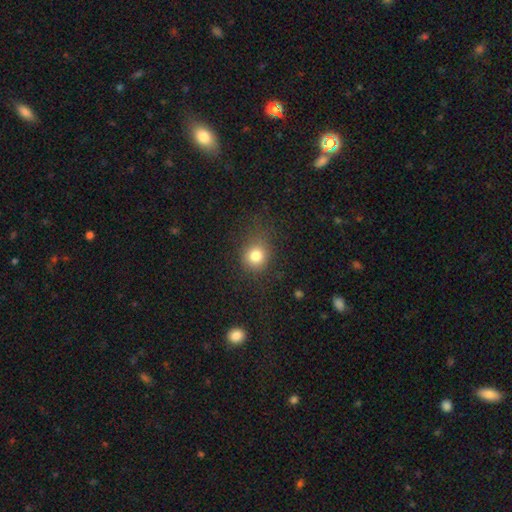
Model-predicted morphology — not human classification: Smooth or featured: smooth — 80% (star or artifact — 13%)
How rounded: round — 84% (in between — 15%)
Merging: none — 75% (minor disturbance — 15%)